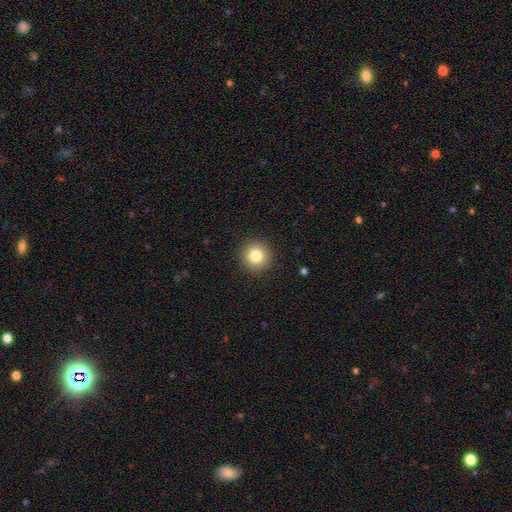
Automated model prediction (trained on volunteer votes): Morphology: type=smooth (82%); roundness=round (94%); merging=none (92%).